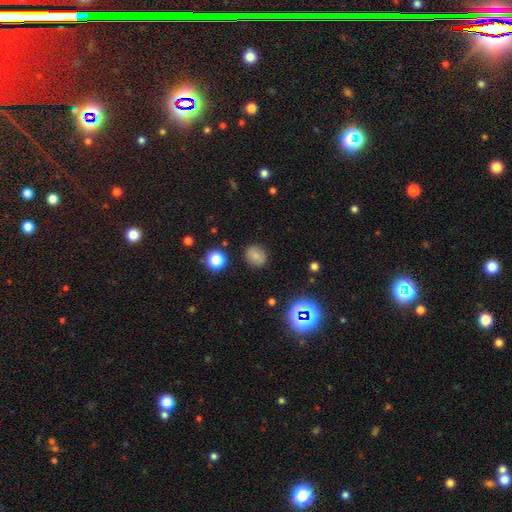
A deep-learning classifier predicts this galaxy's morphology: The model was most divided on "how rounded": round: 73%, in between: 26%, cigar-shaped: 1%. More confident: merging — none (87%); smooth or featured — smooth (73%).